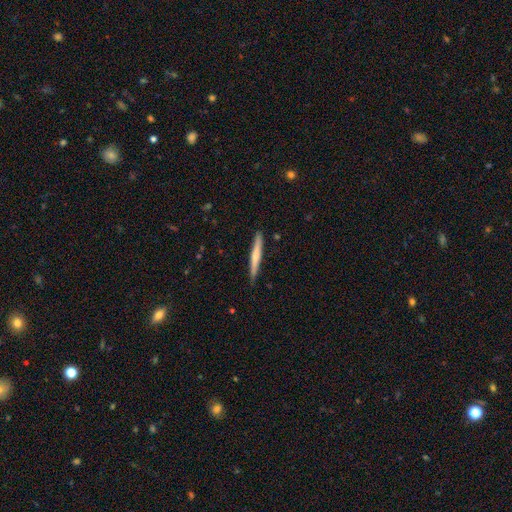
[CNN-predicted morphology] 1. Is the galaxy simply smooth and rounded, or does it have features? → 50% smooth, 44% featured or disk, 5% star or artifact.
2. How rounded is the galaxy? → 96% cigar-shaped, 3% in between, 1% round.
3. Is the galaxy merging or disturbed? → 88% none, 9% minor disturbance, 1% major disturbance, 1% merger.